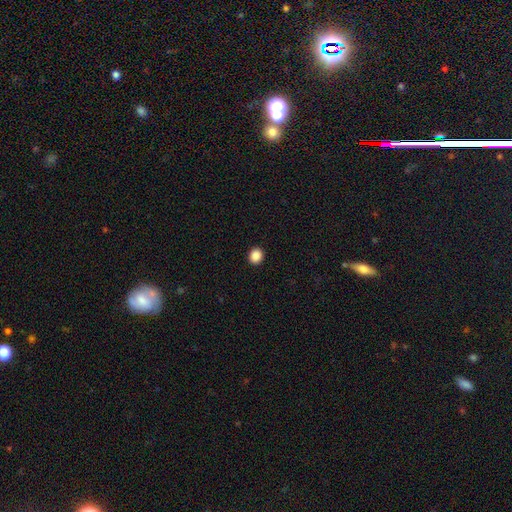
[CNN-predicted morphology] This is clearly a smooth galaxy (88%). How rounded: clearly round (82%). Merging: clearly none (93%).